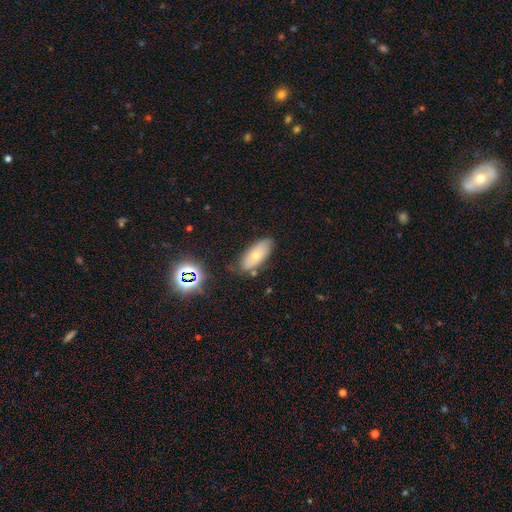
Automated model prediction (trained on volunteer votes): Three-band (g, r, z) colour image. It shows a smooth galaxy with no disk features (61%) that is in between round and cigar-shaped (85%). Merging: none (71%).